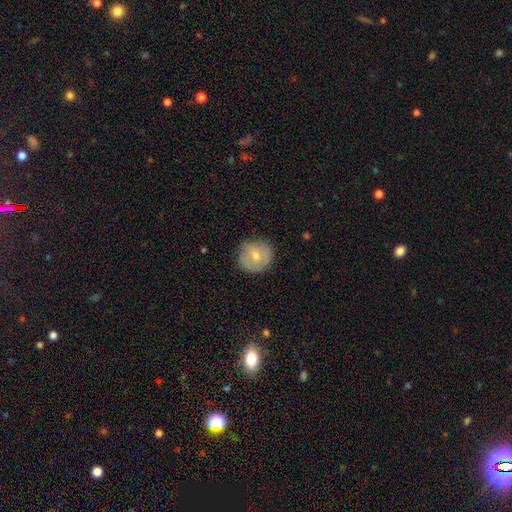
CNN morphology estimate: Q: Smooth or featured?
A: smooth (61%); runner-up: featured or disk (31%)
Q: How rounded?
A: round (87%); runner-up: in between (12%)
Q: Merging?
A: none (73%); runner-up: minor disturbance (21%)